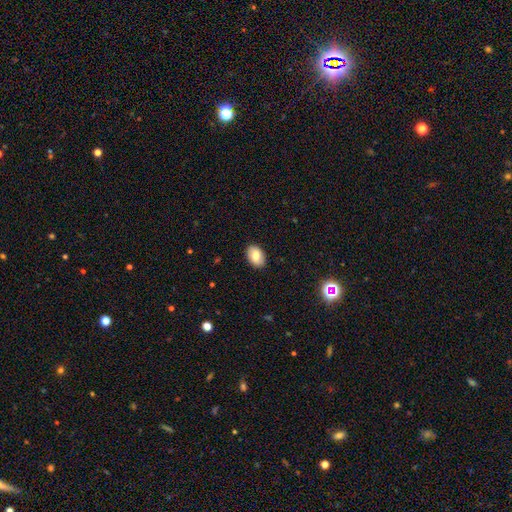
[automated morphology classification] Smooth or featured: smooth — 80% (featured or disk — 13%)
How rounded: in between — 86% (round — 13%)
Merging: none — 89% (minor disturbance — 8%)